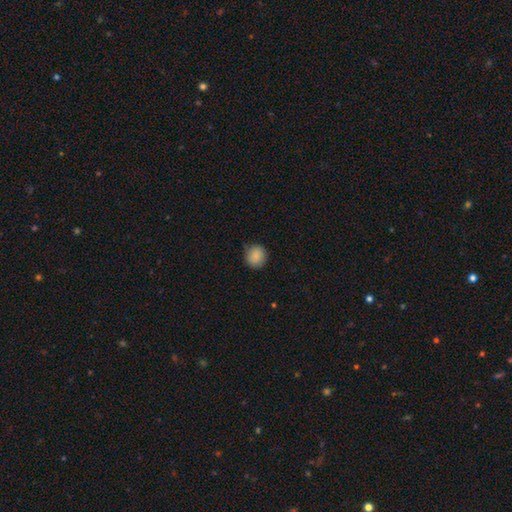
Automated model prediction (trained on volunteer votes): Smooth or featured?
  - smooth: 88% *
  - star or artifact: 8%
  - featured or disk: 4%
How rounded?
  - round: 88% *
  - in between: 11%
  - cigar-shaped: 1%
Merging?
  - none: 83% *
  - minor disturbance: 13%
  - major disturbance: 3%
  - merger: 1%